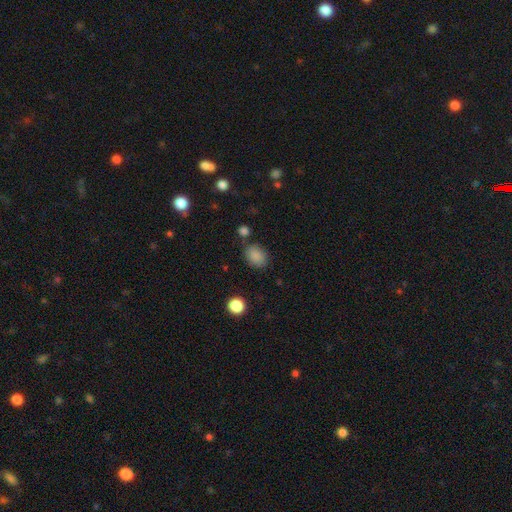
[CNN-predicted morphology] smooth_or_featured: smooth (p=0.86) [alt: star or artifact p=0.10]
how_rounded: in between (p=0.67) [alt: round p=0.32]
merging: none (p=0.78) [alt: minor disturbance p=0.13]